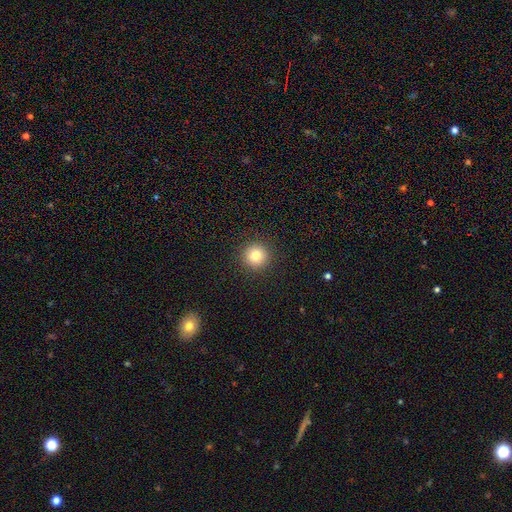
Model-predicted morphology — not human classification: Smooth or featured?
  - smooth: 81% *
  - star or artifact: 12%
  - featured or disk: 7%
How rounded?
  - round: 96% *
  - in between: 3%
  - cigar-shaped: 1%
Merging?
  - none: 92% *
  - minor disturbance: 5%
  - major disturbance: 2%
  - merger: 1%